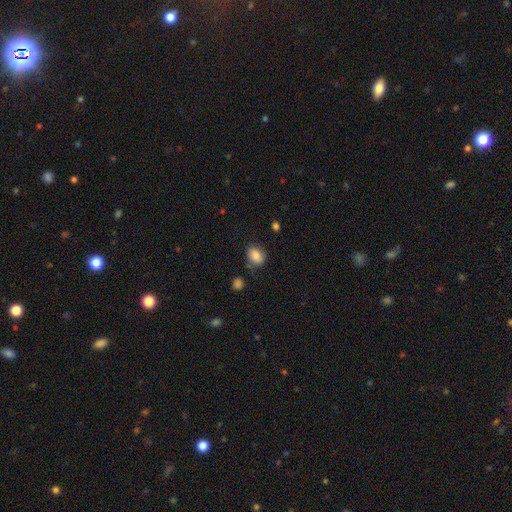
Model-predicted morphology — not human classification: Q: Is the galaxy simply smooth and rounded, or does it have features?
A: smooth — 83%.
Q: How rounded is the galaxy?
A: in between — 69%.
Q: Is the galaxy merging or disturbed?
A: none — 62%.